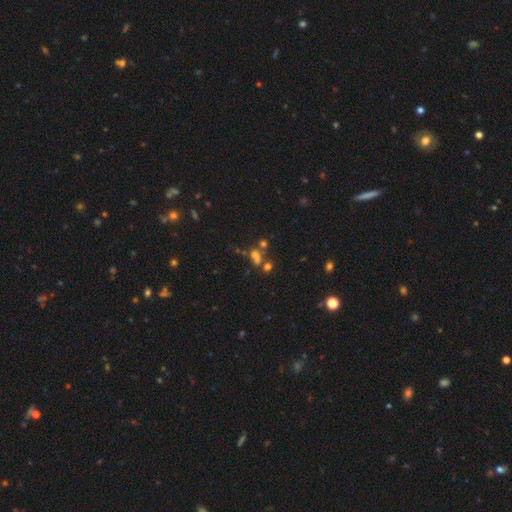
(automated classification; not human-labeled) Smooth or featured? smooth (52%)
How rounded? in between (53%)
Merging? merger (41%)